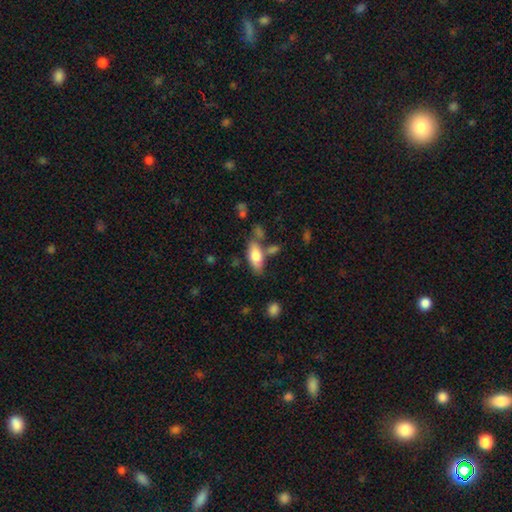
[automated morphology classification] Smooth or featured: smooth — 77% (featured or disk — 16%)
How rounded: in between — 79% (cigar-shaped — 18%)
Merging: none — 60% (minor disturbance — 18%)